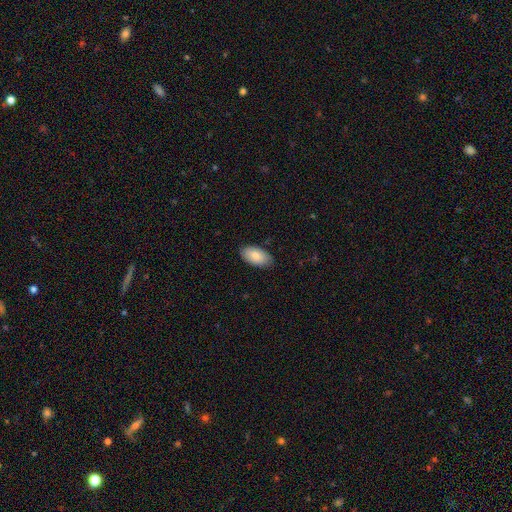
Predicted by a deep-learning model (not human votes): The model was most divided on "merging": none: 84%, minor disturbance: 13%, major disturbance: 2%, merger: 1%. More confident: how rounded — in between (95%); smooth or featured — smooth (85%).